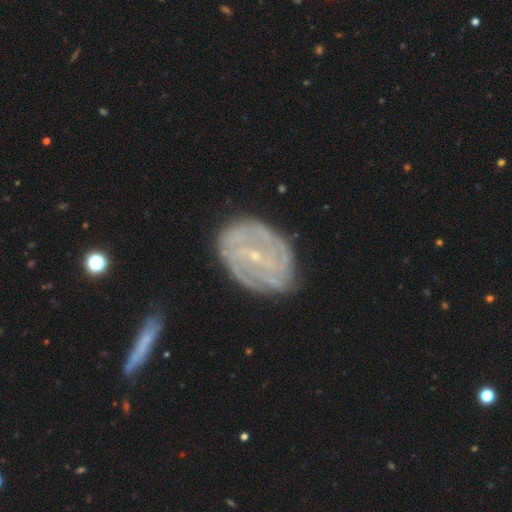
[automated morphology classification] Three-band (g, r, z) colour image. It shows a featured or disk galaxy (82%) with a weak bar (43%), tight (62%) spiral arms (91%) and a small central bulge (85%). Merging: none (75%).